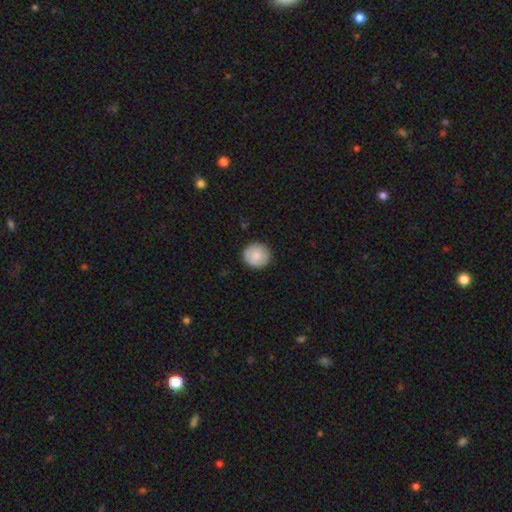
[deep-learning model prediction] smooth_or_featured: smooth (p=0.86) [alt: featured or disk p=0.08]
how_rounded: round (p=0.93) [alt: in between p=0.06]
merging: none (p=0.90) [alt: minor disturbance p=0.07]